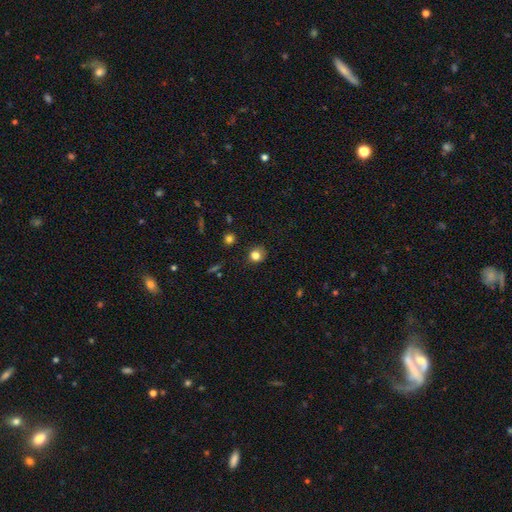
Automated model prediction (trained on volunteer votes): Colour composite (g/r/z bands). It shows a smooth galaxy with no disk features (80%) that is round (83%). Merging: none (78%).